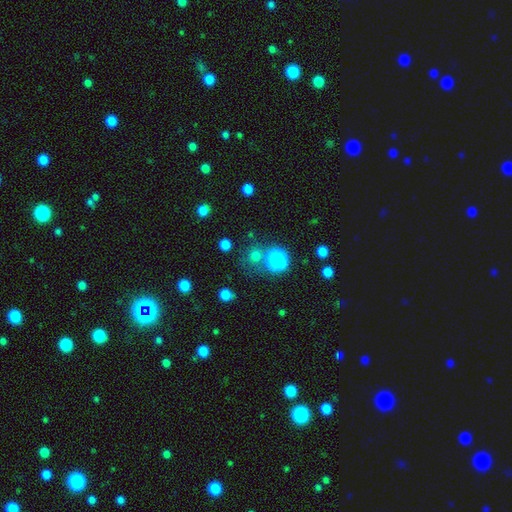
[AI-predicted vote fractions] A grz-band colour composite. It shows a smooth galaxy with no disk features (66%) that is round (86%). Merging: none (69%).